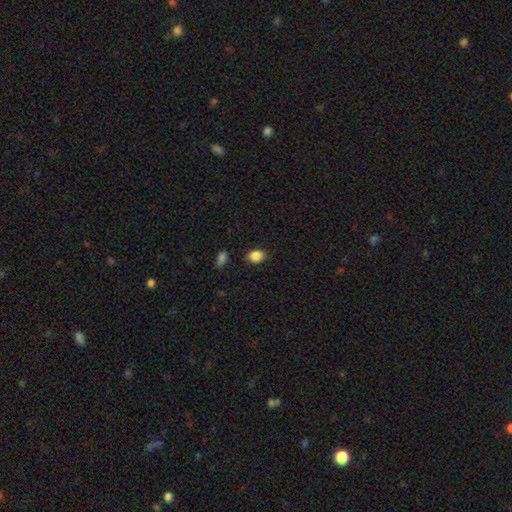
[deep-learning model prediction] Smooth or featured: smooth — 86% (star or artifact — 9%)
How rounded: in between — 78% (round — 21%)
Merging: none — 85% (minor disturbance — 11%)